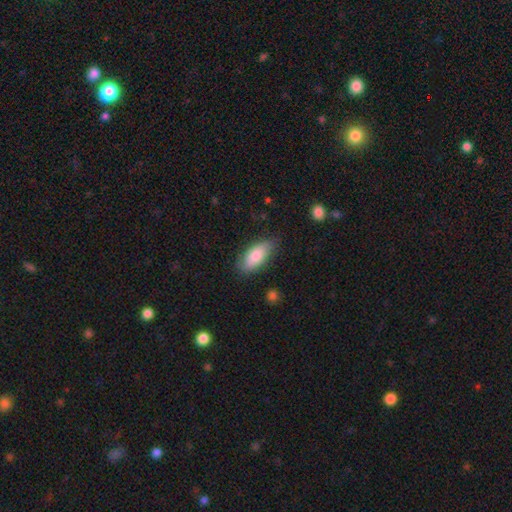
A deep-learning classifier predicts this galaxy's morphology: smooth 82%, featured or disk 12%, star or artifact 6%. Down the decision tree: how rounded — in between (84%); merging — none (77%).